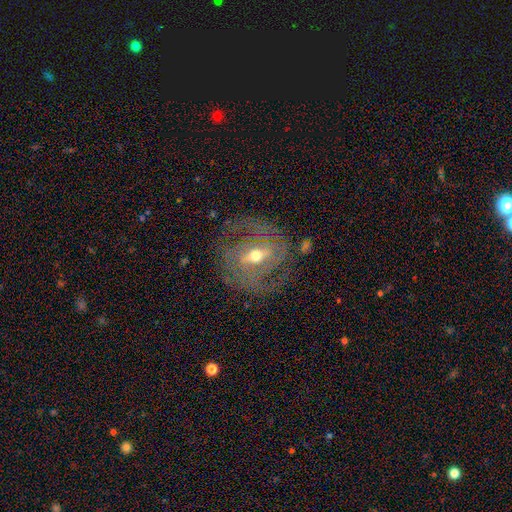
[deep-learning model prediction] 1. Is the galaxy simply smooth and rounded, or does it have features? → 82% featured or disk, 12% smooth, 6% star or artifact.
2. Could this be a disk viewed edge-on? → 92% no, 8% yes.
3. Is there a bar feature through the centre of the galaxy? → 49% strong, 36% weak, 15% no.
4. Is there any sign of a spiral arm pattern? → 74% yes, 26% no.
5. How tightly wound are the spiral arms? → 42% medium, 39% tight, 19% loose.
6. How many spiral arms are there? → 66% 2, 20% can't tell, 5% 3, 4% 1, 2% 4, 2% more than 4.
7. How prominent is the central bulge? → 65% moderate, 29% small, 4% large, 1% dominant, 1% none.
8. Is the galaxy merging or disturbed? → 69% none, 16% minor disturbance, 12% major disturbance, 2% merger.